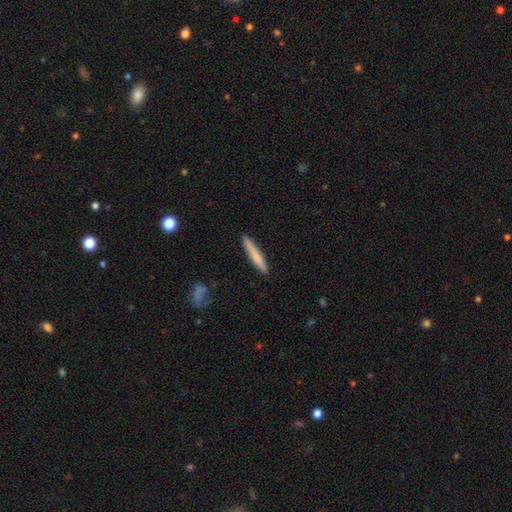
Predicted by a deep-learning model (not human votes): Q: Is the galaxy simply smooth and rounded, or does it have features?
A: smooth — 70%.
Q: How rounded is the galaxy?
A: cigar-shaped — 95%.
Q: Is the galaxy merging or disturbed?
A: none — 89%.